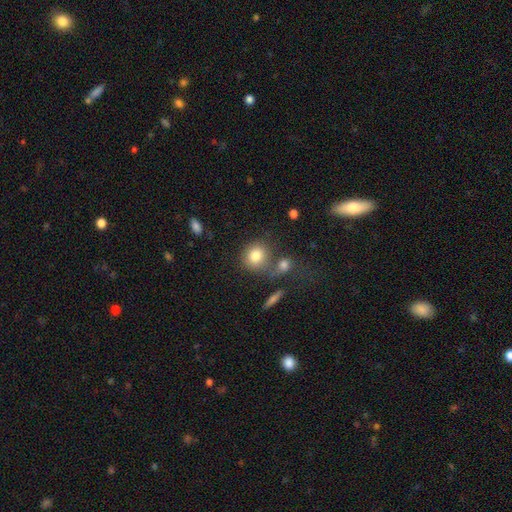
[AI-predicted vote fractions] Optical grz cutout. It shows a smooth galaxy with no disk features (81%) that is round (79%). Merging: none (56%).